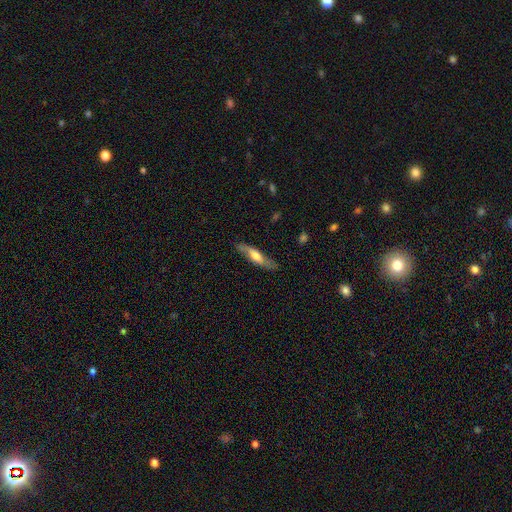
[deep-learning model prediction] The model was most divided on "edge-on disk": yes: 54%, no: 46%. More confident: merging — none (78%); smooth or featured — featured or disk (54%).